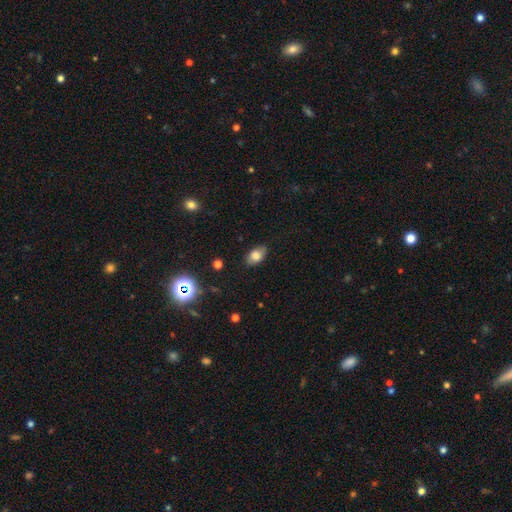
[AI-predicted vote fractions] Smooth or featured? smooth (78%)
How rounded? in between (90%)
Merging? none (82%)